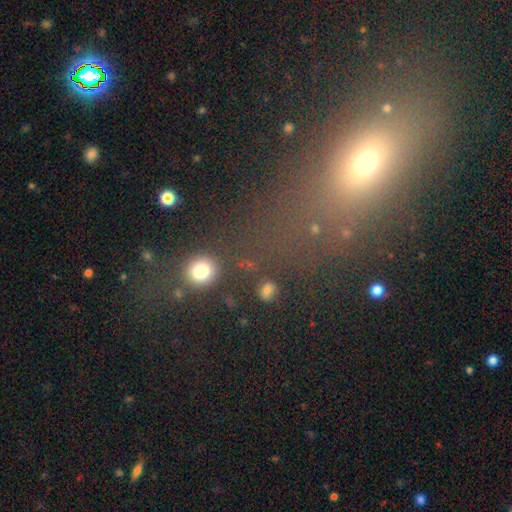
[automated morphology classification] Overall: smooth (46%; star or artifact 40%). Merging: none (65%).